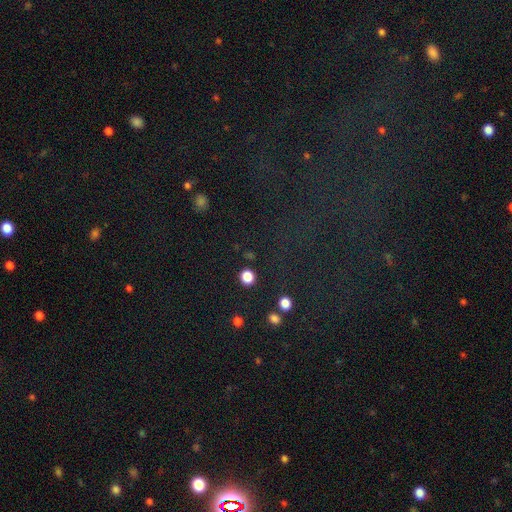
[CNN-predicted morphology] A star or artifact, not a galaxy (73%).

Vote fractions:
- Smooth or featured? star or artifact: 73% / smooth: 15% / featured or disk: 11%